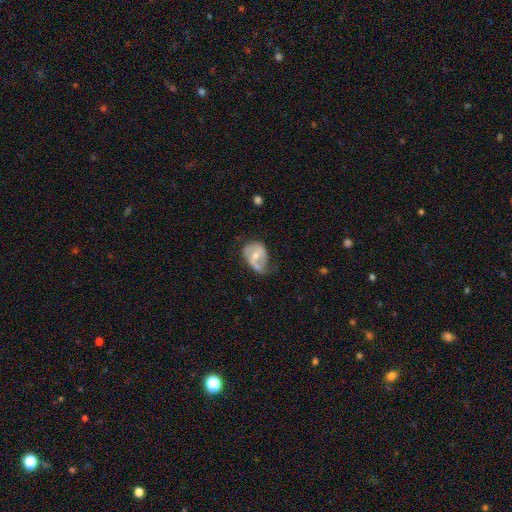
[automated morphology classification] Smooth or featured? featured or disk (60%)
Edge-on disk? no (97%)
Bar? weak (42%)
Spiral arms? yes (58%)
Bulge size? moderate (56%)
Merging? minor disturbance (35%)